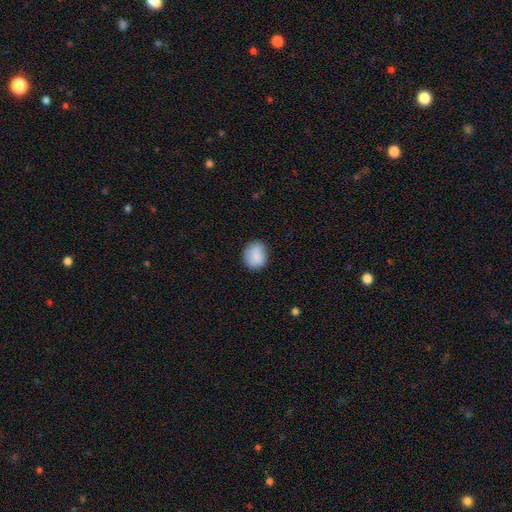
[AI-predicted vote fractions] The model was most divided on "how rounded": round: 74%, in between: 25%, cigar-shaped: 1%. More confident: smooth or featured — smooth (87%); merging — none (84%).